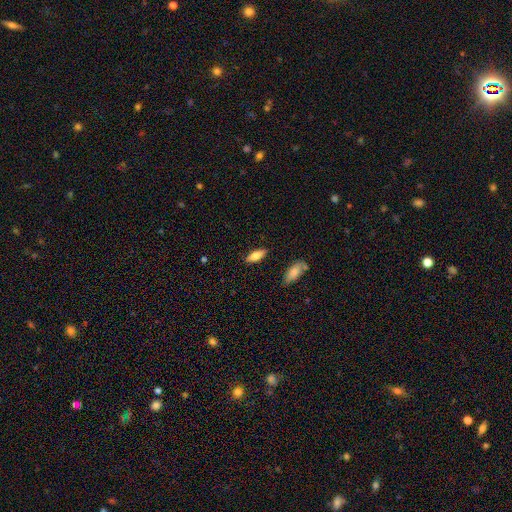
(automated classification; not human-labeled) Morphology: type=smooth (74%); roundness=in between (67%); merging=none (87%).